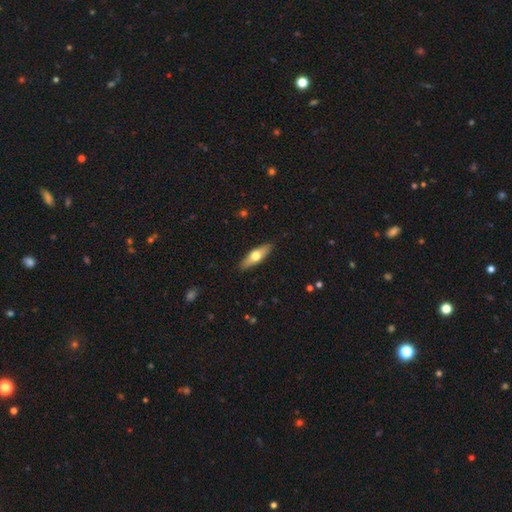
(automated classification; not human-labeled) Smooth or featured: smooth — 53% (featured or disk — 41%)
How rounded: cigar-shaped — 50% (in between — 47%)
Merging: none — 88% (minor disturbance — 9%)